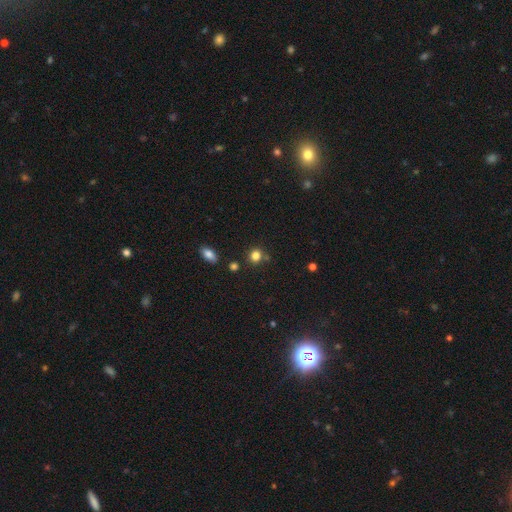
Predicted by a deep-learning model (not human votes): Smooth or featured? smooth (81%)
How rounded? round (82%)
Merging? none (77%)